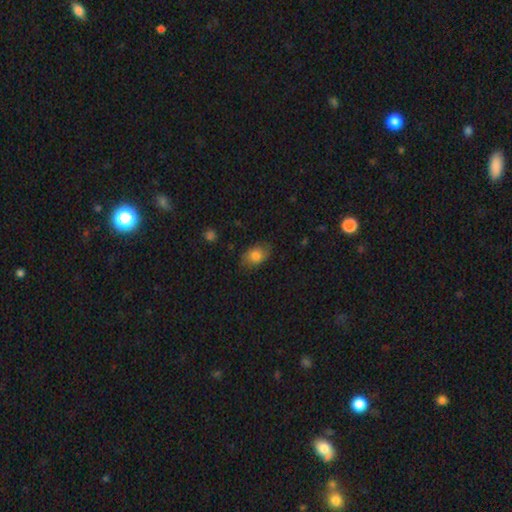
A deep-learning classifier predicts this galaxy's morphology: This is likely a smooth galaxy (79%). How rounded: clearly in between (82%). Merging: likely none (74%).